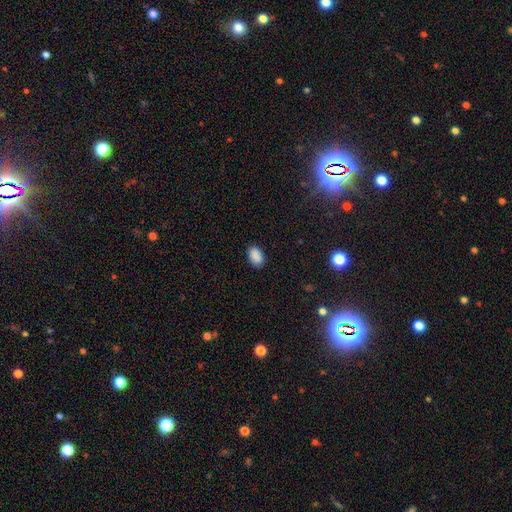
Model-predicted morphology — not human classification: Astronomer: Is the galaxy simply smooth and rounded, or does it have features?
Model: smooth — 89%.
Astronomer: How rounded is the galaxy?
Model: in between — 91%.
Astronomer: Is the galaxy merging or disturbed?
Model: none — 86%.